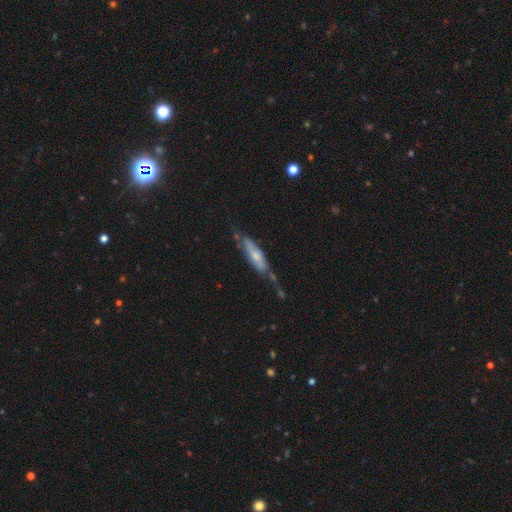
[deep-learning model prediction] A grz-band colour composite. It shows a featured or disk galaxy (54%) viewed edge-on (51%). Merging: none (40%).